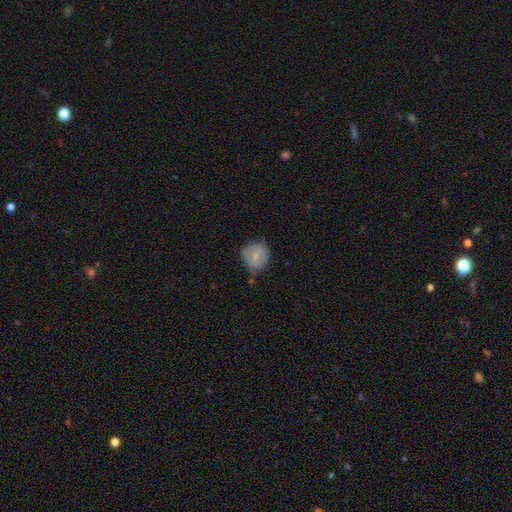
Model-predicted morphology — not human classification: The model was most divided on "merging": none: 60%, minor disturbance: 28%, major disturbance: 7%, merger: 5%. More confident: how rounded — round (81%); smooth or featured — smooth (74%).